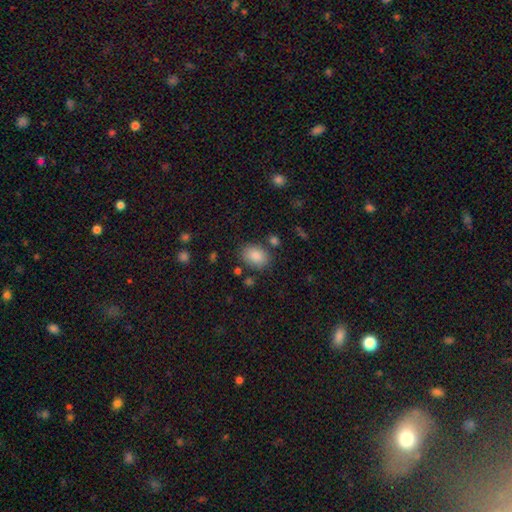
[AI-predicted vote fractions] The model was most divided on "how rounded": in between: 74%, round: 25%, cigar-shaped: 1%. More confident: smooth or featured — smooth (86%); merging — none (79%).